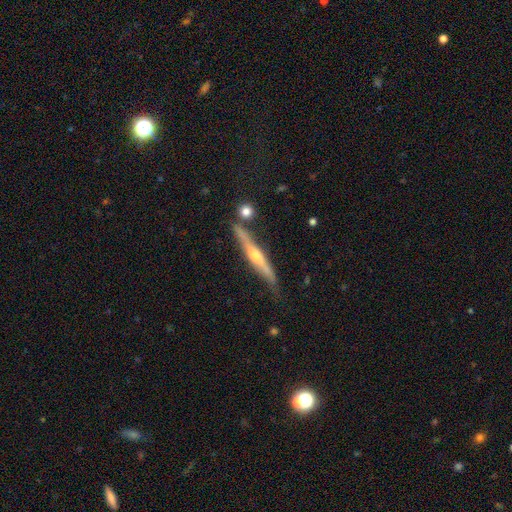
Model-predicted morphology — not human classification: Overall: featured or disk (73%). Edge-on disk: yes (96%). Edge-on bulge: rounded (86%). Merging: none (74%).